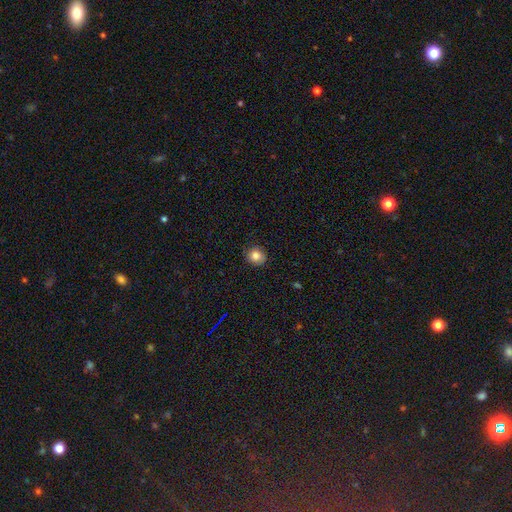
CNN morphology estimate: smooth 83%, star or artifact 10%, featured or disk 7%. Down the decision tree: how rounded — round (82%); merging — none (84%).